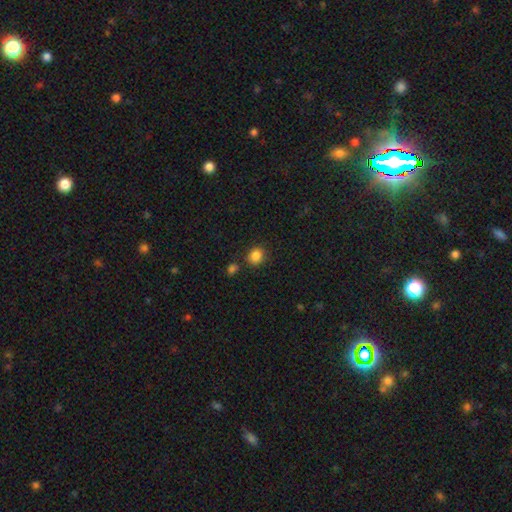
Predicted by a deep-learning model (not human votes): smooth-or-featured: smooth: 85% | star or artifact: 11% | featured or disk: 4%
  how-rounded: round: 72% | in between: 27% | cigar-shaped: 1%
  merging: none: 79% | minor disturbance: 11% | merger: 7% | major disturbance: 3%